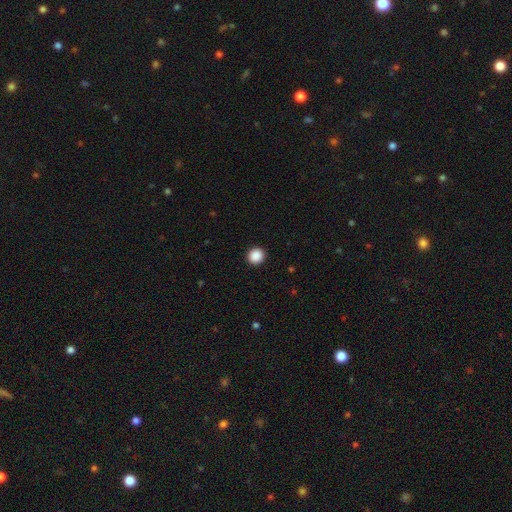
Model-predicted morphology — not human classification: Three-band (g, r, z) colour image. It shows a smooth galaxy with no disk features (89%) that is round (89%). Merging: none (93%).